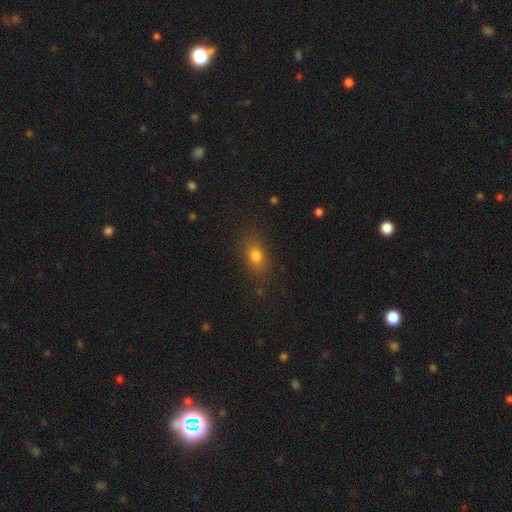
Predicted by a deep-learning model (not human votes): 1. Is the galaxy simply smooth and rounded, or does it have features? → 77% smooth, 13% star or artifact, 10% featured or disk.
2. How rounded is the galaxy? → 71% in between, 22% round, 6% cigar-shaped.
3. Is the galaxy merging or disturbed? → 82% none, 13% minor disturbance, 4% major disturbance, 2% merger.